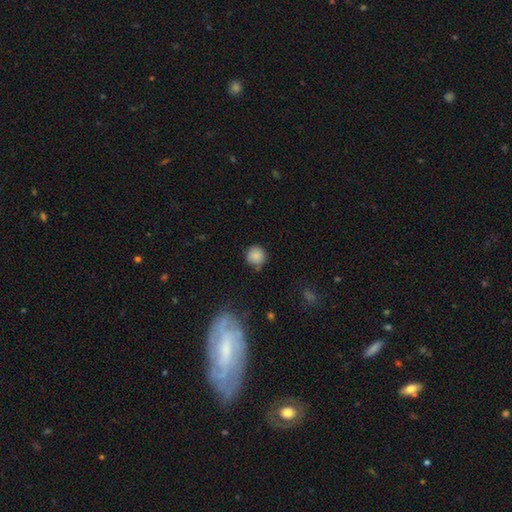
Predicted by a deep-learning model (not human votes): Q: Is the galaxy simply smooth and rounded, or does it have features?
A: smooth — 84%.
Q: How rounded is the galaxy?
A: round — 92%.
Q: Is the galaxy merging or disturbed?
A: none — 76%.